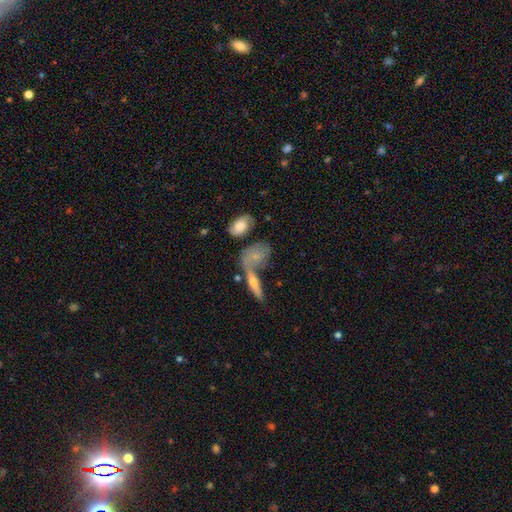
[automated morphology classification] smooth 54%, featured or disk 37%, star or artifact 9%. Down the decision tree: how rounded — in between (69%); merging — none (38%).